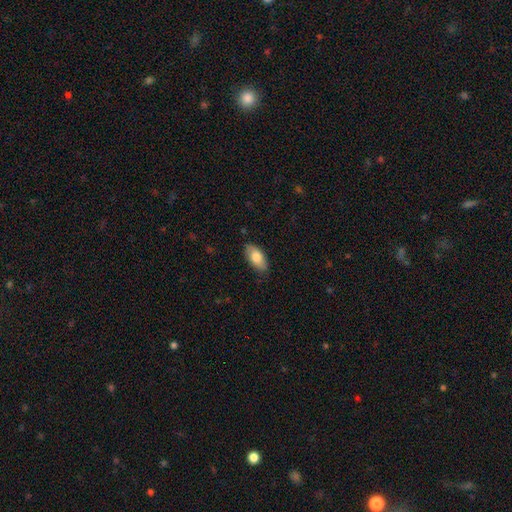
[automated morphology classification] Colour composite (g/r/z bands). It shows a smooth galaxy with no disk features (78%) that is in between round and cigar-shaped (91%). Merging: none (85%).